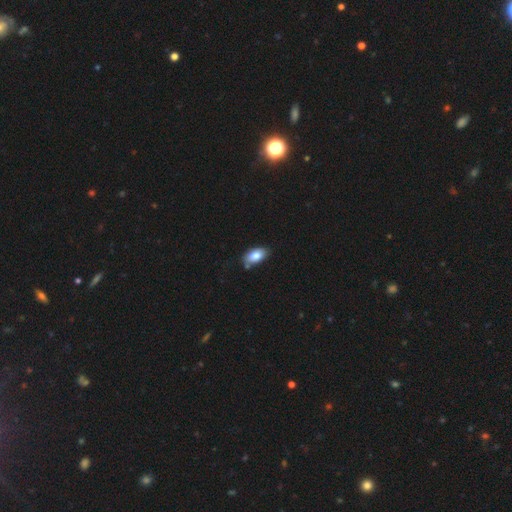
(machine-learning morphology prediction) smooth_or_featured: smooth (p=0.82) [alt: featured or disk p=0.11]
how_rounded: in between (p=0.93) [alt: round p=0.04]
merging: none (p=0.70) [alt: minor disturbance p=0.21]